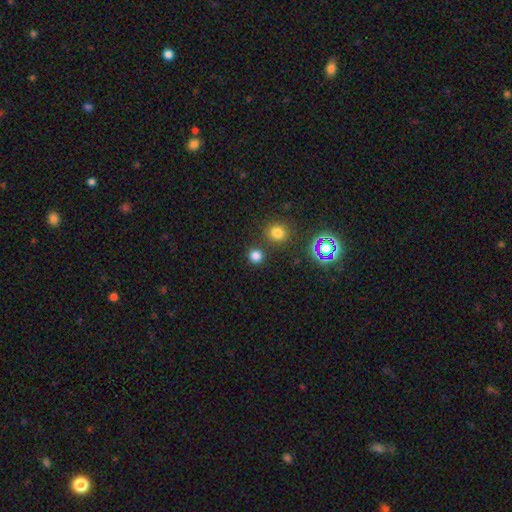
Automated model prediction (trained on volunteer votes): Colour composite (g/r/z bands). It shows a smooth galaxy with no disk features (76%) that is round (93%). Merging: none (84%).